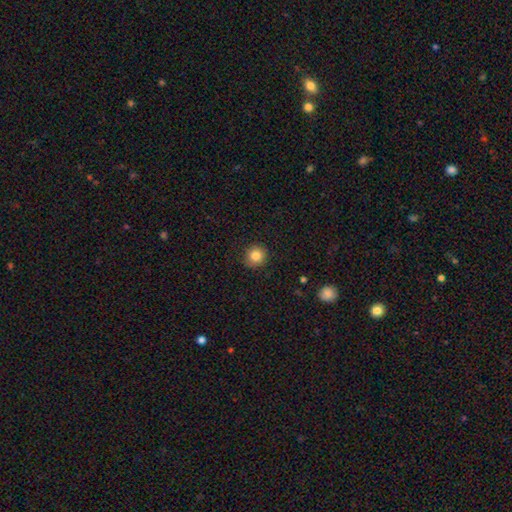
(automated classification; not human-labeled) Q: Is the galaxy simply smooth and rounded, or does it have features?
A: smooth — 84%.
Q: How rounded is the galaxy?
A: round — 92%.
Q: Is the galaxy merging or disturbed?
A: none — 88%.